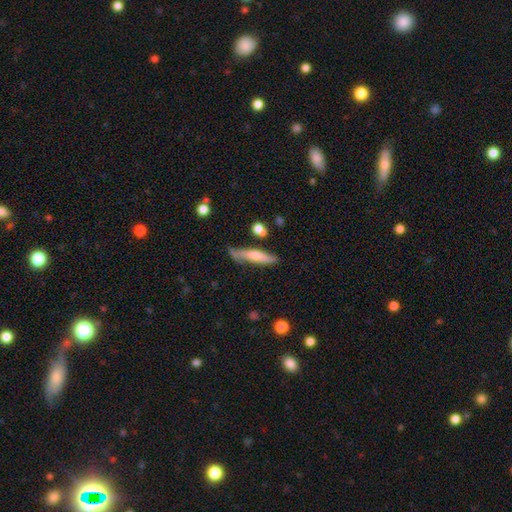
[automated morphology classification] The model was most divided on "smooth or featured": smooth: 56%, featured or disk: 38%, star or artifact: 6%. More confident: how rounded — cigar-shaped (83%); merging — none (62%).